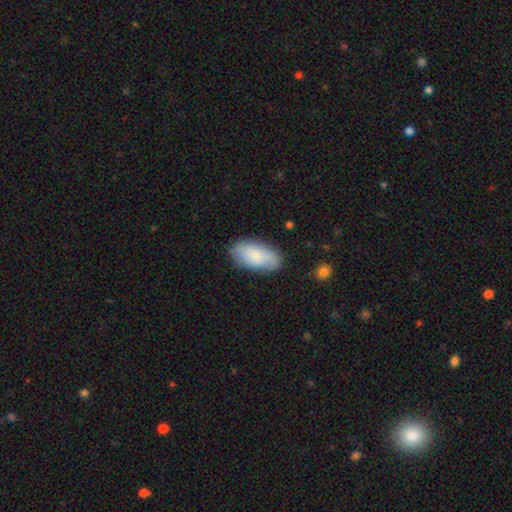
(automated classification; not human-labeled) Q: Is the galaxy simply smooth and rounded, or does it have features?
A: smooth — 73%.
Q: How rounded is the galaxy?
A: in between — 93%.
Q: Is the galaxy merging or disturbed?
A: none — 79%.